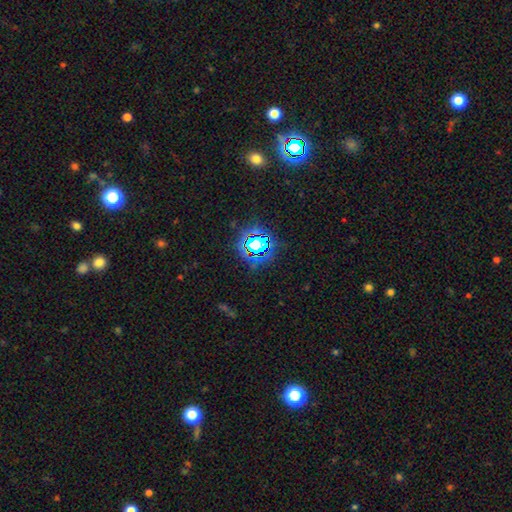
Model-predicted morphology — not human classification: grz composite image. It shows a star or artifact, not a galaxy (75%).